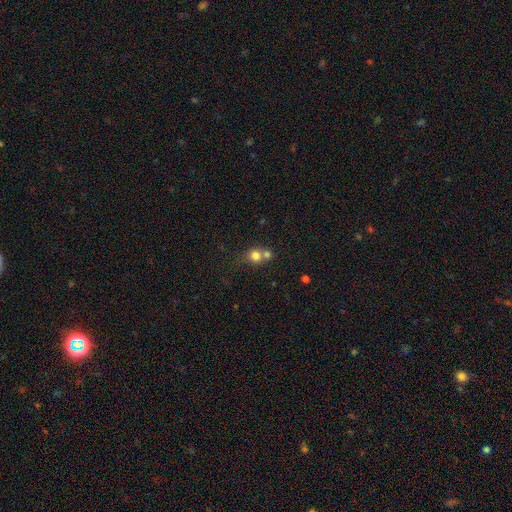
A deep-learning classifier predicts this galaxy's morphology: smooth-or-featured: smooth: 77% | star or artifact: 12% | featured or disk: 11%
  how-rounded: round: 82% | in between: 17% | cigar-shaped: 1%
  merging: merger: 52% | none: 37% | minor disturbance: 7% | major disturbance: 4%